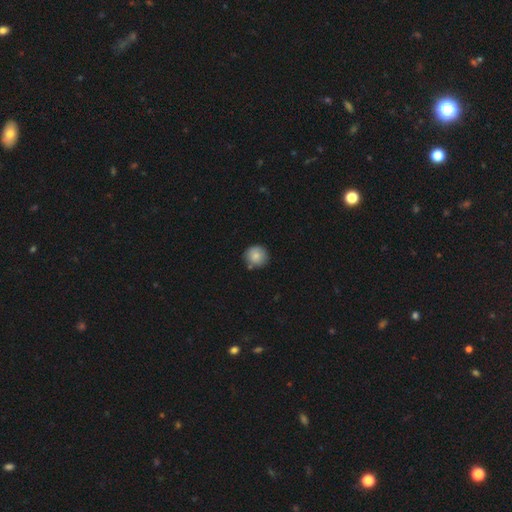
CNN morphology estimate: This appears to be a smooth galaxy with no disk features (81%) that is round (93%). Merging: none (79%).